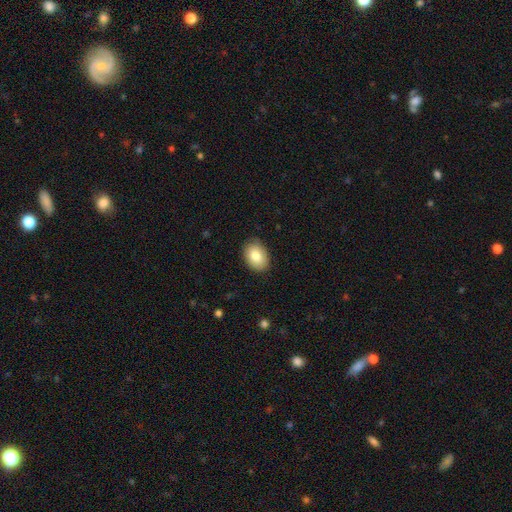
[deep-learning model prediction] Smooth or featured? smooth (81%)
How rounded? in between (81%)
Merging? none (86%)